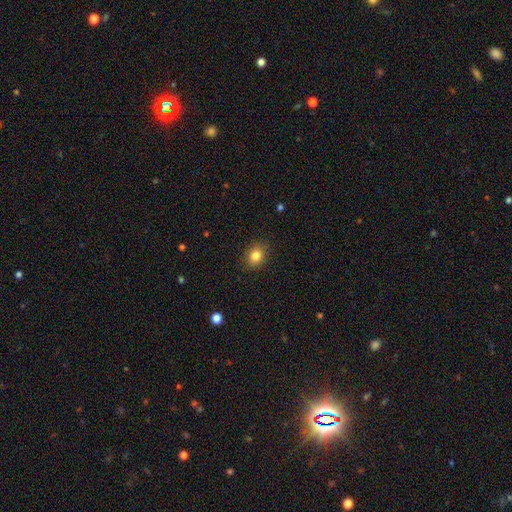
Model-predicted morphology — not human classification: Overall: smooth (83%). How rounded: round (58%; in between 41%). Merging: none (87%).